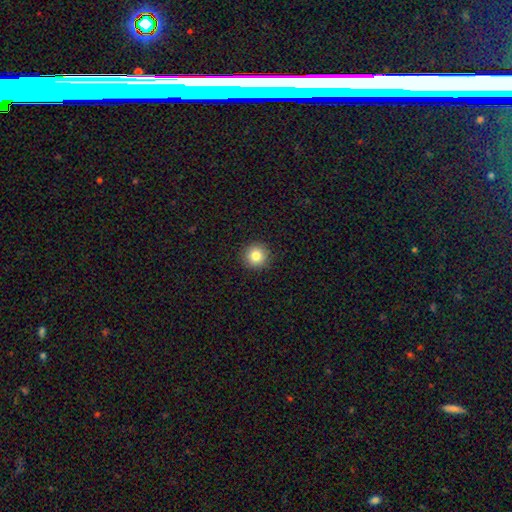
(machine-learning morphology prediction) Smooth or featured? smooth (83%)
How rounded? round (95%)
Merging? none (92%)